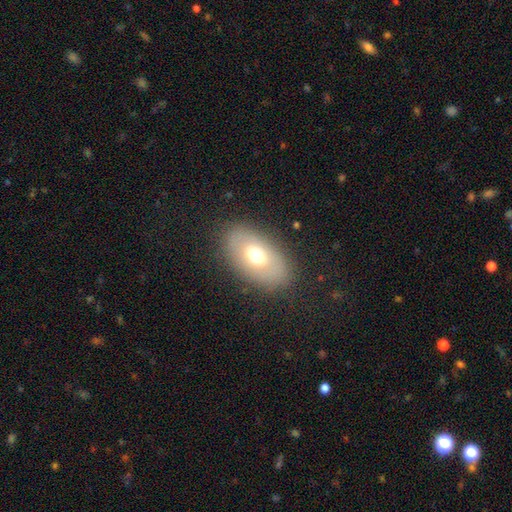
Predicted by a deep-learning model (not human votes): This is likely a smooth galaxy (62%). How rounded: clearly in between (90%). Merging: clearly none (83%).